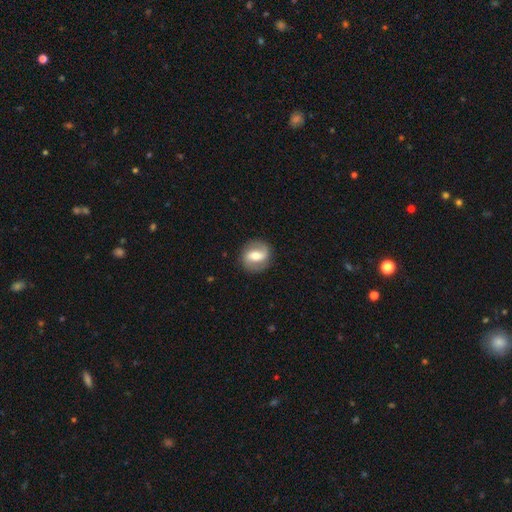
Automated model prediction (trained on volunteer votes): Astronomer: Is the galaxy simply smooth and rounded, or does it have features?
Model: featured or disk — 68%.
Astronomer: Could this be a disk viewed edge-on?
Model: no — 96%.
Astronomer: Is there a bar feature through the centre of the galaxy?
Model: weak — 42% (runner-up: strong, 35%).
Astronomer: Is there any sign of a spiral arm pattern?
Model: yes — 84%.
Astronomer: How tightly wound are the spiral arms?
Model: medium — 46% (runner-up: loose, 28%).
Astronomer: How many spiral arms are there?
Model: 2 — 88%.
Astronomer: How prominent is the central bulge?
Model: moderate — 65%.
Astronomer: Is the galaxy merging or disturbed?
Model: none — 85%.